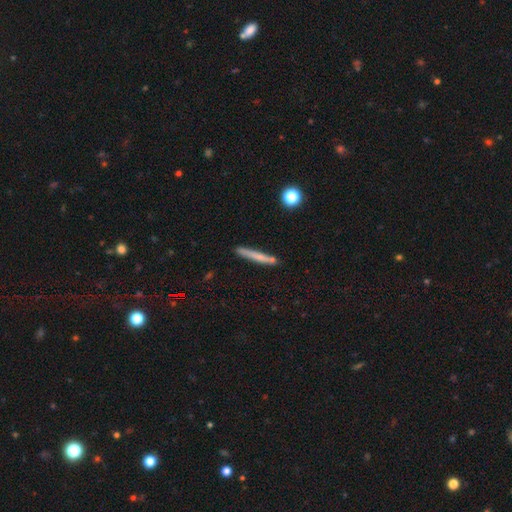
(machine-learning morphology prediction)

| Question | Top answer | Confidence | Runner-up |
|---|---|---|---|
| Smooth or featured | smooth | 65% | featured or disk (28%) |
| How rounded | cigar-shaped | 95% | in between (3%) |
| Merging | none | 79% | minor disturbance (13%) |